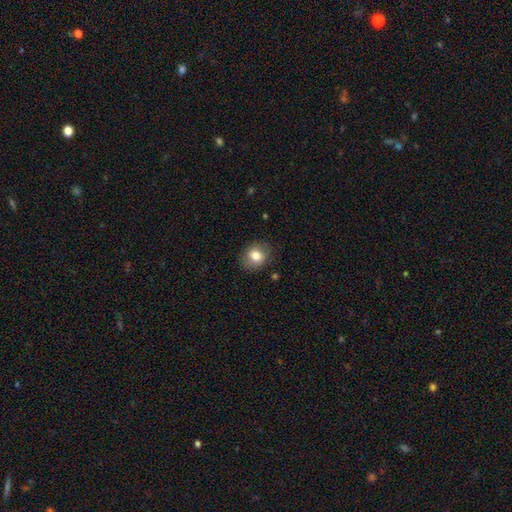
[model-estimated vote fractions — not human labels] This is clearly a smooth galaxy (80%). How rounded: likely round (63%). Merging: clearly none (84%).